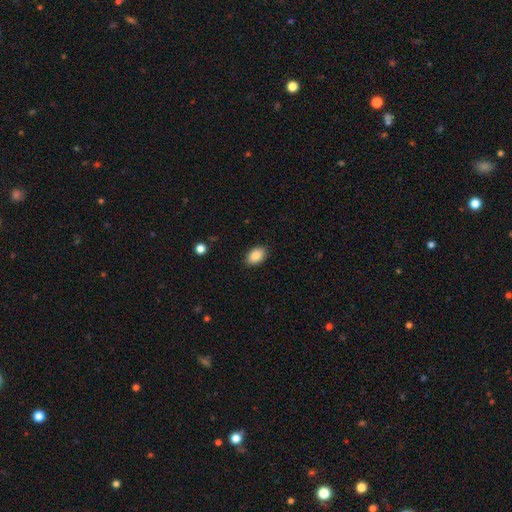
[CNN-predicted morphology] Smooth or featured: smooth — 87% (star or artifact — 8%)
How rounded: in between — 88% (round — 11%)
Merging: none — 89% (minor disturbance — 8%)